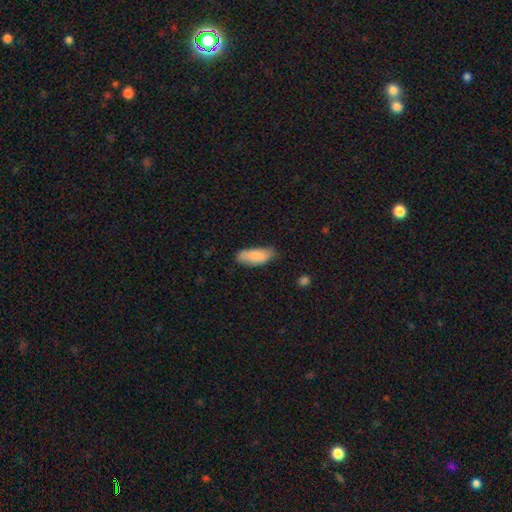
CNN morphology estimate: Q: Smooth or featured?
A: smooth (87%); runner-up: featured or disk (7%)
Q: How rounded?
A: in between (78%); runner-up: cigar-shaped (20%)
Q: Merging?
A: none (71%); runner-up: minor disturbance (24%)